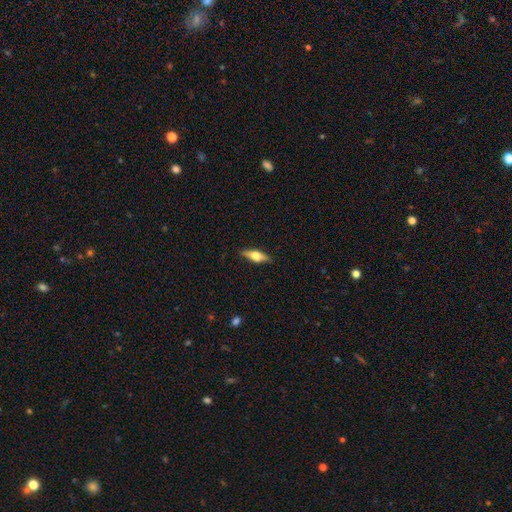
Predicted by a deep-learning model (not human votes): Smooth or featured? Predicted: smooth (p=0.52). How rounded? Predicted: in between (p=0.53). Merging? Predicted: none (p=0.86).